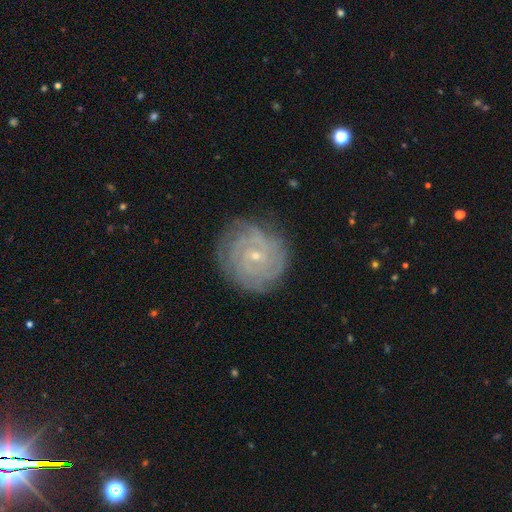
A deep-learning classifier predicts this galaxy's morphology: featured or disk 82%, smooth 11%, star or artifact 7%. Down the decision tree: edge-on disk — no (97%); bar — no (55%); spiral arms — yes (96%); spiral arm count — can't tell (34%); spiral winding — tight (82%); bulge size — small (81%); merging — none (81%).